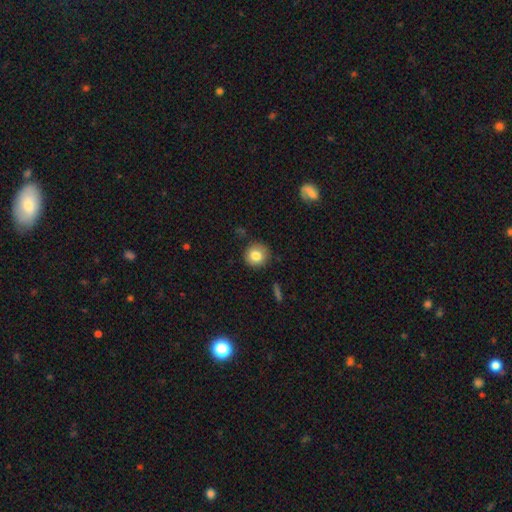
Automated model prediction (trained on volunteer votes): Morphology: type=smooth (82%); roundness=round (91%); merging=none (87%).